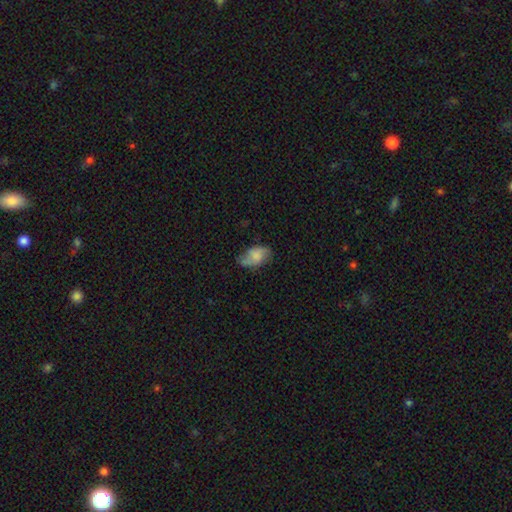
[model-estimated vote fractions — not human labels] This is possibly a smooth galaxy (58%). How rounded: clearly in between (90%). Merging: possibly none (57%).